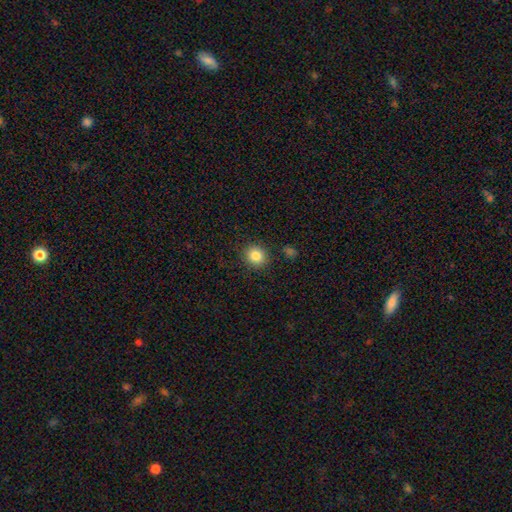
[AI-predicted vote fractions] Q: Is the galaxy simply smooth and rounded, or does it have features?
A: smooth — 84%.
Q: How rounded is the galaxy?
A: round — 84%.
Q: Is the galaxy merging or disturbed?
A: none — 88%.